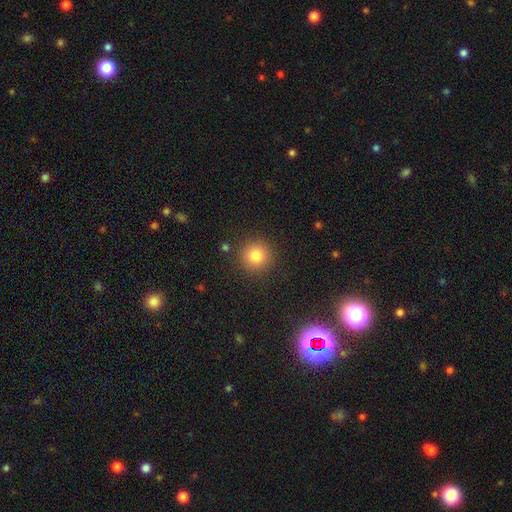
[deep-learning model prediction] The model was most divided on "smooth or featured": smooth: 83%, star or artifact: 11%, featured or disk: 6%. More confident: how rounded — round (93%); merging — none (88%).